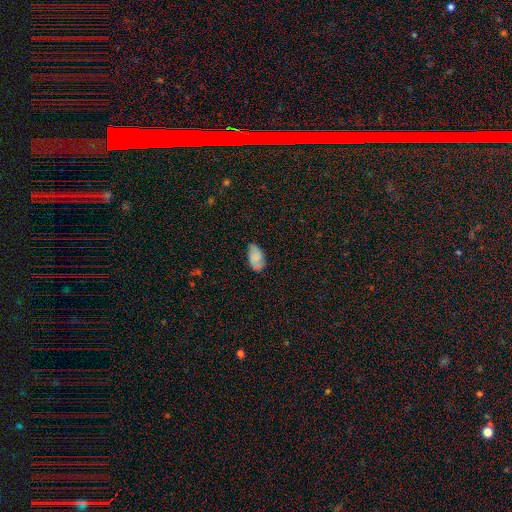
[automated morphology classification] Q: Smooth or featured?
A: smooth (73%); runner-up: featured or disk (18%)
Q: How rounded?
A: in between (94%); runner-up: round (5%)
Q: Merging?
A: none (63%); runner-up: minor disturbance (28%)